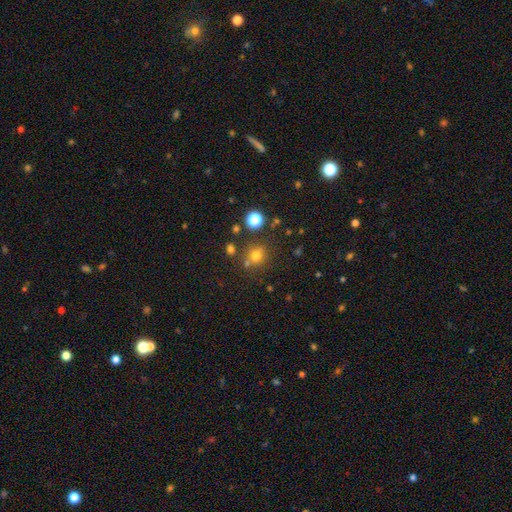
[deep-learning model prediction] Q: Smooth or featured?
A: smooth (71%); runner-up: star or artifact (21%)
Q: How rounded?
A: round (85%); runner-up: in between (14%)
Q: Merging?
A: none (73%); runner-up: merger (13%)